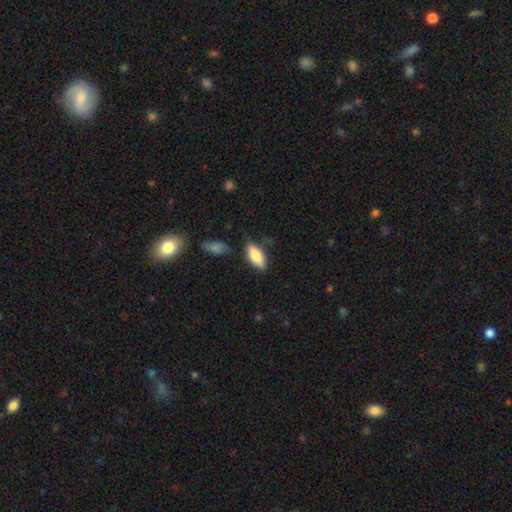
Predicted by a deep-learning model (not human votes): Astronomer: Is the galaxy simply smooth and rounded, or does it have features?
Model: smooth — 80%.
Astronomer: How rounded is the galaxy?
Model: in between — 76%.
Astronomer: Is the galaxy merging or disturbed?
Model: none — 77%.